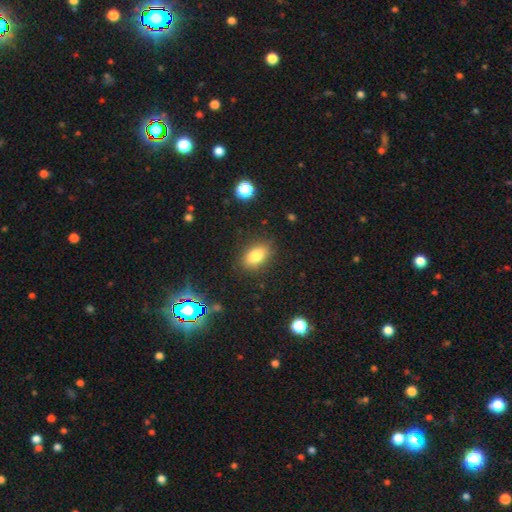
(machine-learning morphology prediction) The model was most divided on "smooth or featured": smooth: 81%, star or artifact: 10%, featured or disk: 9%. More confident: how rounded — in between (86%); merging — none (85%).